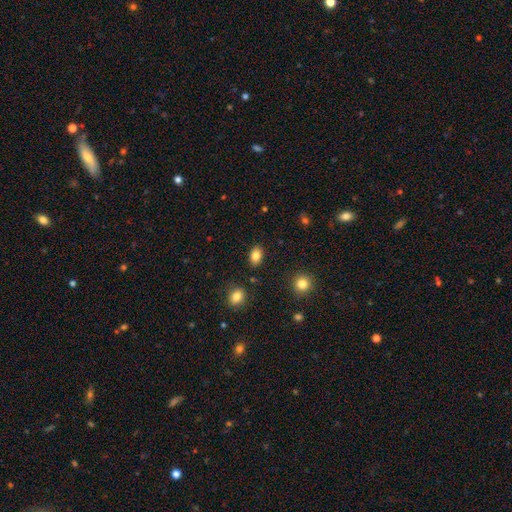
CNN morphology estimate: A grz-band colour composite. It shows a smooth galaxy with no disk features (84%) that is in between round and cigar-shaped (83%). Merging: none (87%).